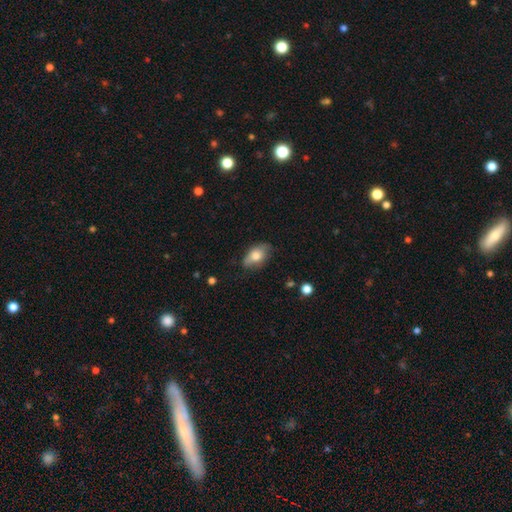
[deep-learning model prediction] Smooth or featured? Predicted: smooth (p=0.72). How rounded? Predicted: in between (p=0.89). Merging? Predicted: none (p=0.66).